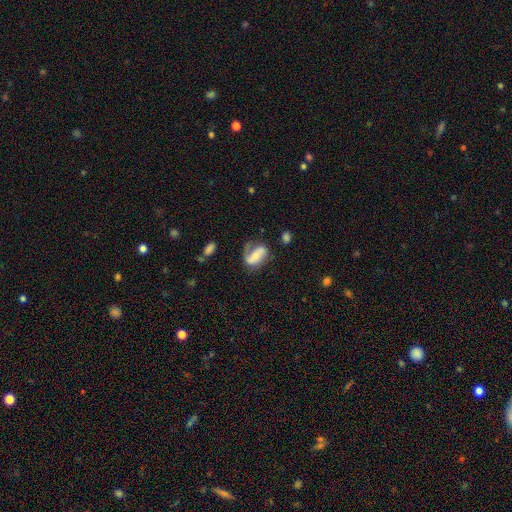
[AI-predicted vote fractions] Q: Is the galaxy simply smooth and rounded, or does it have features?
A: featured or disk — 57%.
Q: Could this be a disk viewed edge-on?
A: no — 95%.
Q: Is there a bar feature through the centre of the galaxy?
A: no — 39%.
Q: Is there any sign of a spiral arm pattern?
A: yes — 80%.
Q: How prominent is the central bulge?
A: small — 45%.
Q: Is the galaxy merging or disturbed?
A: none — 45%.